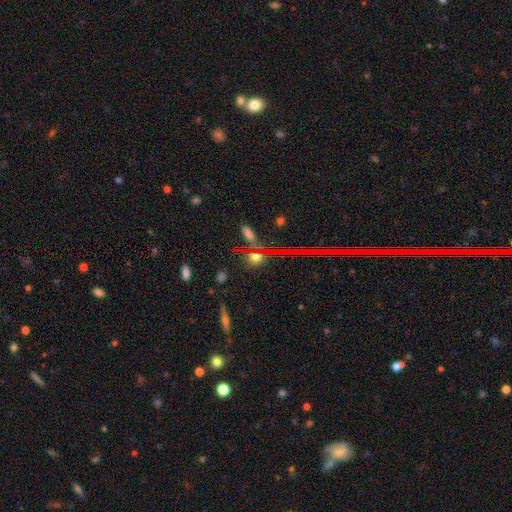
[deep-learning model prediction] Overall: star or artifact (45%; smooth 42%).